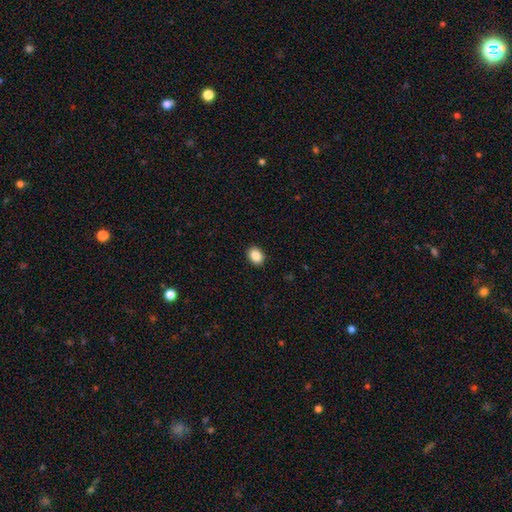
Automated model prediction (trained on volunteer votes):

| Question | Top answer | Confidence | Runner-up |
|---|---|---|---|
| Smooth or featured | smooth | 88% | star or artifact (9%) |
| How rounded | in between | 56% | round (43%) |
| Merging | none | 92% | minor disturbance (6%) |